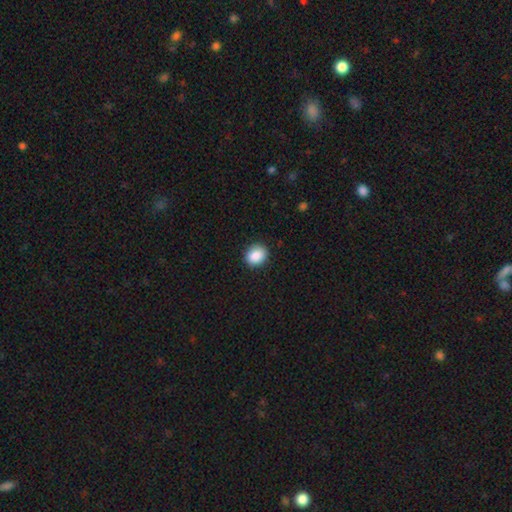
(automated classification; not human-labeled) Smooth or featured? smooth (89%)
How rounded? round (52%)
Merging? none (89%)